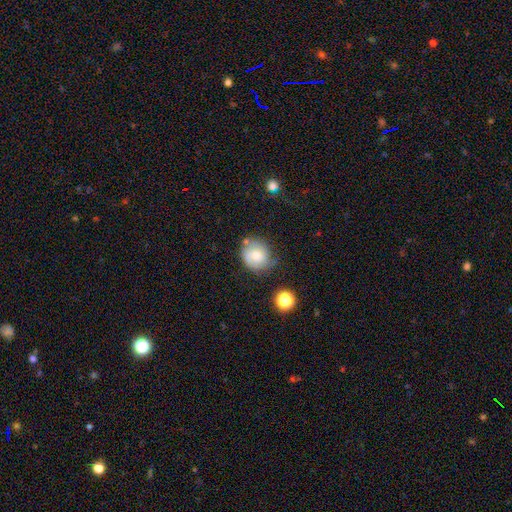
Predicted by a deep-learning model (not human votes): smooth_or_featured: smooth (p=0.52) [alt: featured or disk p=0.38]
how_rounded: round (p=0.73) [alt: in between p=0.26]
merging: none (p=0.58) [alt: minor disturbance p=0.27]